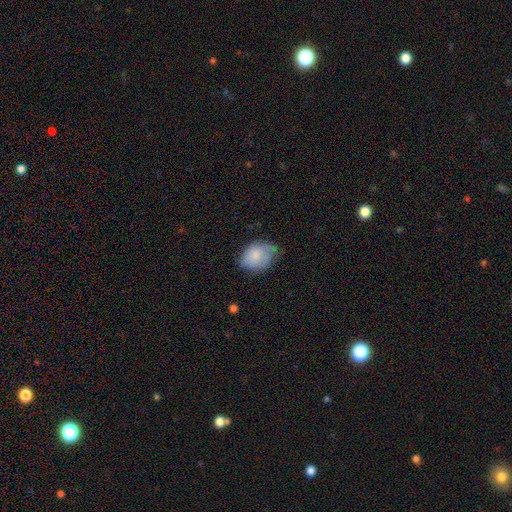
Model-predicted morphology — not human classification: Q: Smooth or featured?
A: smooth (78%); runner-up: featured or disk (15%)
Q: How rounded?
A: in between (72%); runner-up: round (27%)
Q: Merging?
A: none (50%); runner-up: minor disturbance (38%)